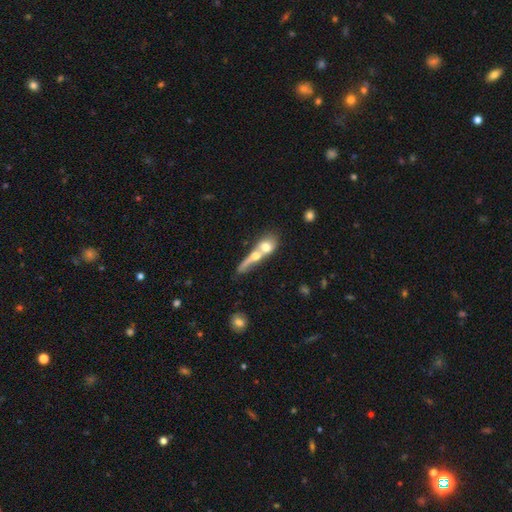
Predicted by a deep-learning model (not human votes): This appears to be a smooth galaxy with no disk features (49%). Merging: merger (61%).